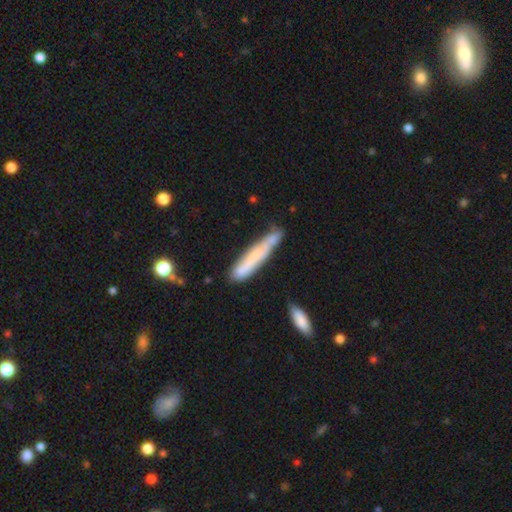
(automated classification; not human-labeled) smooth-or-featured: smooth: 58% | featured or disk: 35% | star or artifact: 7%
  how-rounded: cigar-shaped: 92% | in between: 6% | round: 1%
  merging: none: 59% | minor disturbance: 26% | merger: 8% | major disturbance: 7%